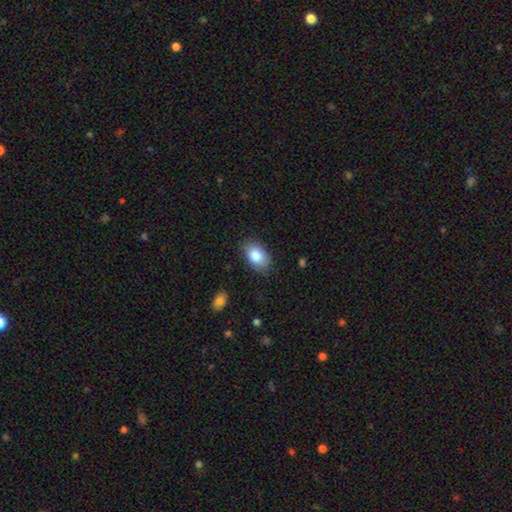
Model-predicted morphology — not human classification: Overall: smooth (84%). How rounded: in between (90%). Merging: none (83%).